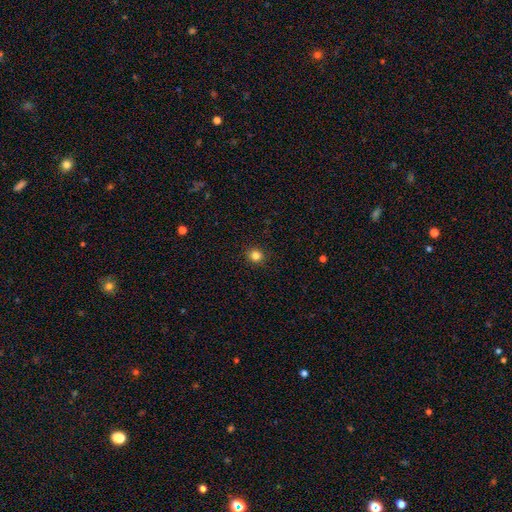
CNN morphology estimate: Overall: smooth (84%). How rounded: round (87%). Merging: none (91%).